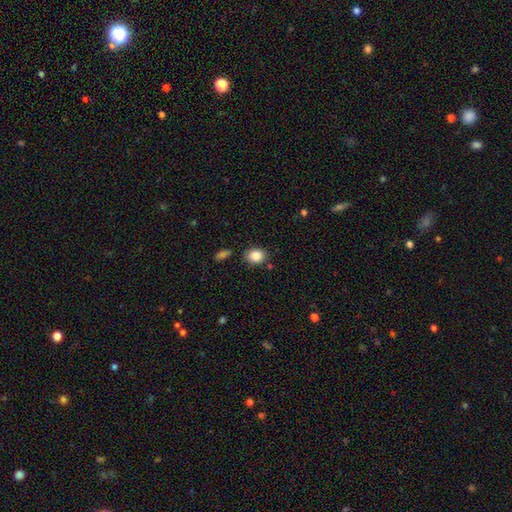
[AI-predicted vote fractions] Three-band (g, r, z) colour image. It shows a smooth galaxy with no disk features (85%) that is in between round and cigar-shaped (56%). Merging: none (80%).